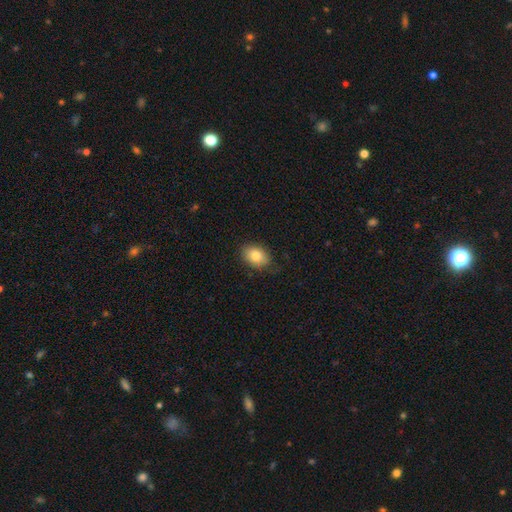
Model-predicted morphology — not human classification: Smooth or featured? Predicted: smooth (p=0.83). How rounded? Predicted: in between (p=0.81). Merging? Predicted: none (p=0.79).